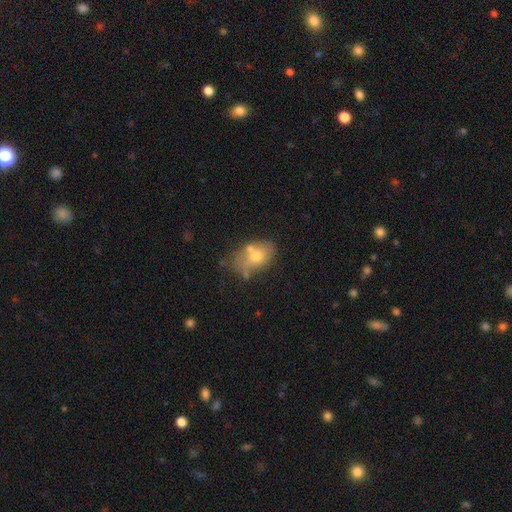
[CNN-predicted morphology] Smooth or featured?
  - smooth: 63% *
  - featured or disk: 27%
  - star or artifact: 10%
How rounded?
  - in between: 77% *
  - round: 22%
  - cigar-shaped: 1%
Merging?
  - none: 44% *
  - minor disturbance: 24%
  - merger: 22%
  - major disturbance: 10%